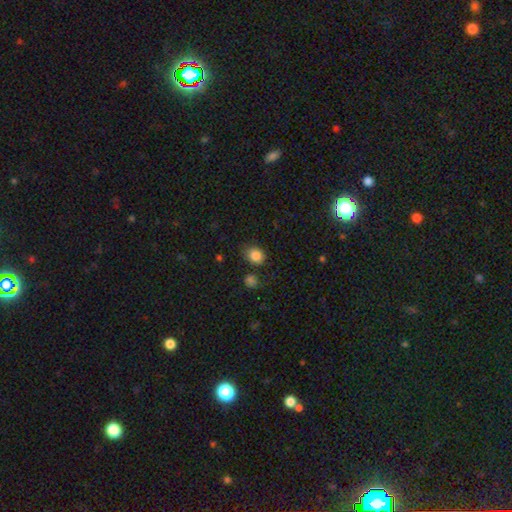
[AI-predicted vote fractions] smooth 85%, star or artifact 10%, featured or disk 5%. Down the decision tree: how rounded — round (55%); merging — none (76%).